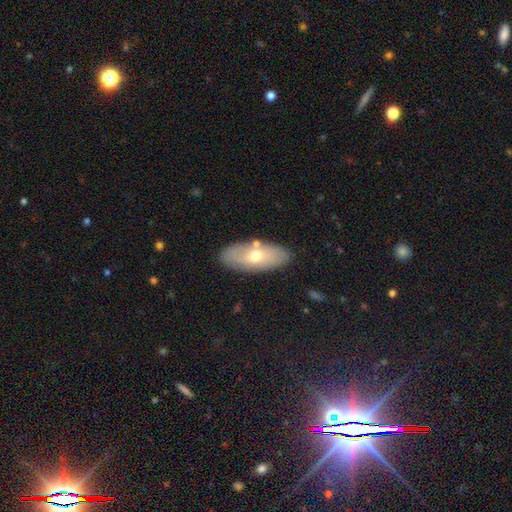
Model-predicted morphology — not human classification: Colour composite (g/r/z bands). It shows a smooth galaxy with no disk features (57%) that is in between round and cigar-shaped (83%). Merging: none (82%).